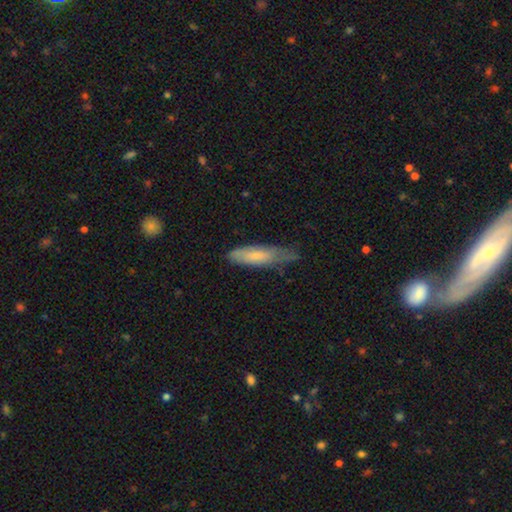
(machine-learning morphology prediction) This is likely a smooth galaxy (70%). How rounded: likely cigar-shaped (61%). Merging: possibly none (50%).